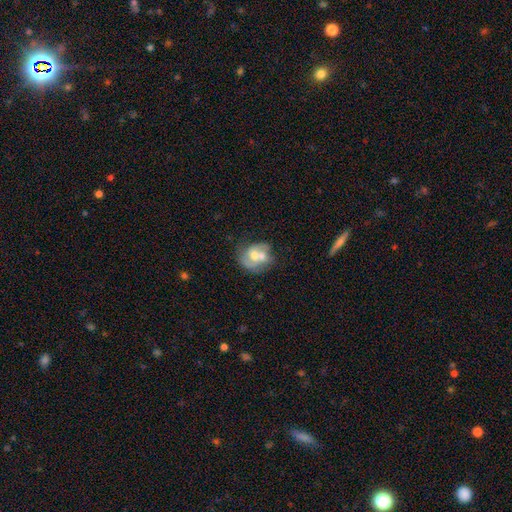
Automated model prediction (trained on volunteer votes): This is possibly a featured or disk galaxy (53%). It is clearly not viewed edge-on (97%). Bar: likely no (73%). Spiral arm pattern: possibly no (51%). Central bulge: likely moderate (69%). Merging: possibly merger (49%).